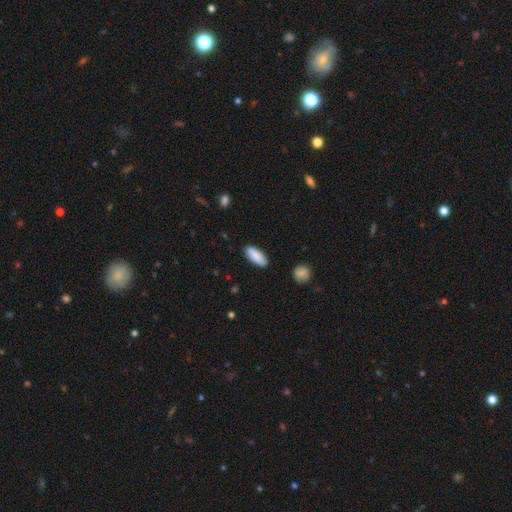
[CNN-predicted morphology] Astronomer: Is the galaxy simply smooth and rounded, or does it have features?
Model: smooth — 87%.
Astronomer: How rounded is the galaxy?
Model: in between — 74%.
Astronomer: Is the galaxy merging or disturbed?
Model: none — 84%.